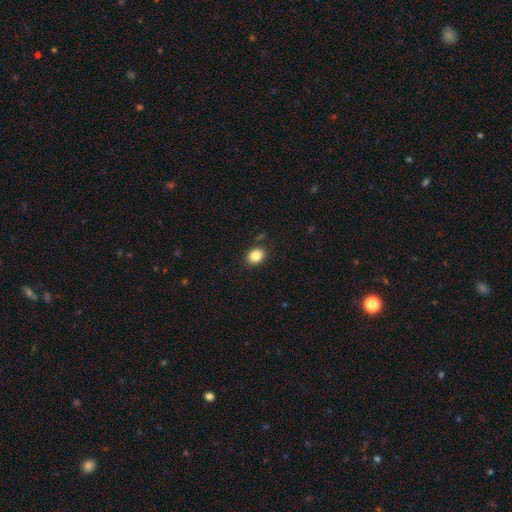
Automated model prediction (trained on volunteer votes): The model was most divided on "how rounded": in between: 61%, round: 38%, cigar-shaped: 1%. More confident: merging — none (85%); smooth or featured — smooth (85%).